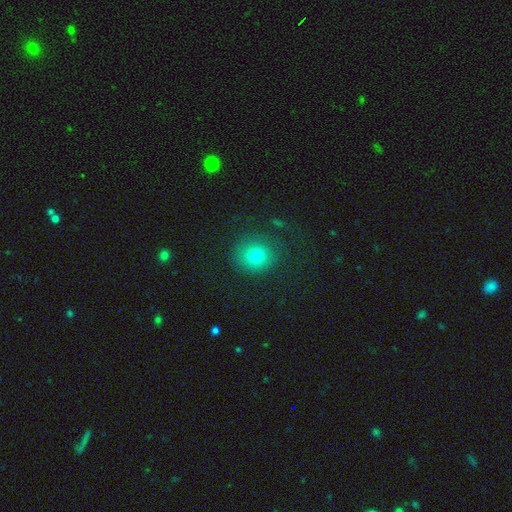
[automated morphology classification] Smooth or featured? smooth (76%)
How rounded? round (86%)
Merging? none (83%)